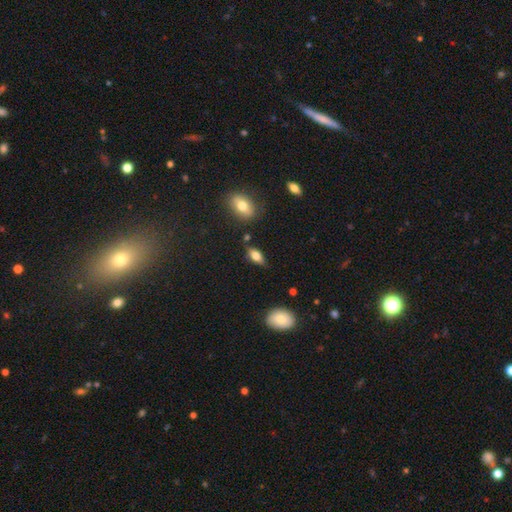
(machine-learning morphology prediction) The model was most divided on "smooth or featured": smooth: 72%, featured or disk: 19%, star or artifact: 9%. More confident: how rounded — in between (83%); merging — none (75%).